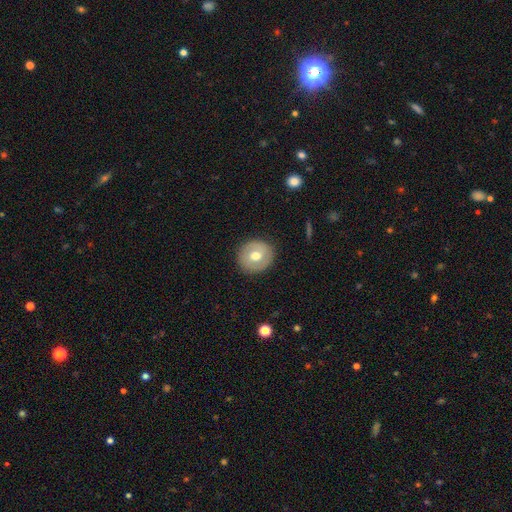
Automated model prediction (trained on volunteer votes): This appears to be a smooth galaxy with no disk features (59%) that is round (88%). Merging: none (89%).